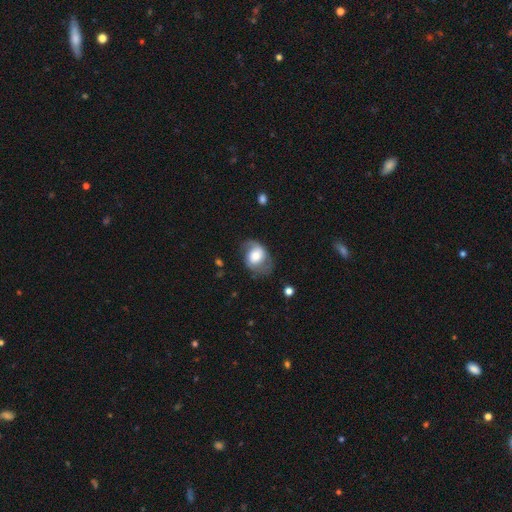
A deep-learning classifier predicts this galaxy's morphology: Smooth or featured: smooth — 49% (featured or disk — 44%)
Merging: none — 48% (minor disturbance — 28%)